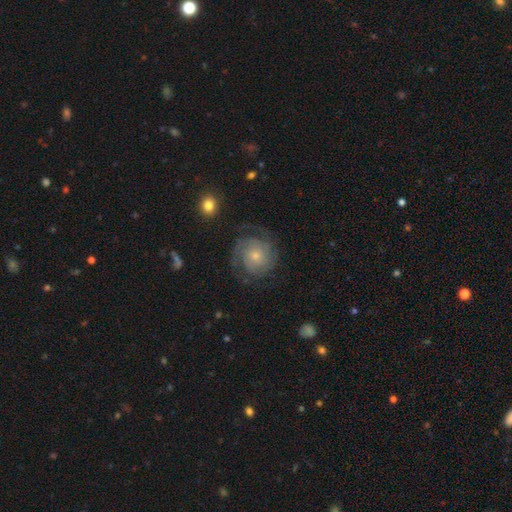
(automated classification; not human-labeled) Q: Smooth or featured?
A: featured or disk (73%); runner-up: smooth (20%)
Q: Edge-on disk?
A: no (98%); runner-up: yes (2%)
Q: Bar?
A: no (79%); runner-up: weak (18%)
Q: Spiral arms?
A: yes (92%); runner-up: no (8%)
Q: Spiral winding?
A: tight (56%); runner-up: medium (32%)
Q: Spiral arm count?
A: 2 (42%); runner-up: can't tell (25%)
Q: Bulge size?
A: small (65%); runner-up: moderate (28%)
Q: Merging?
A: none (69%); runner-up: minor disturbance (17%)